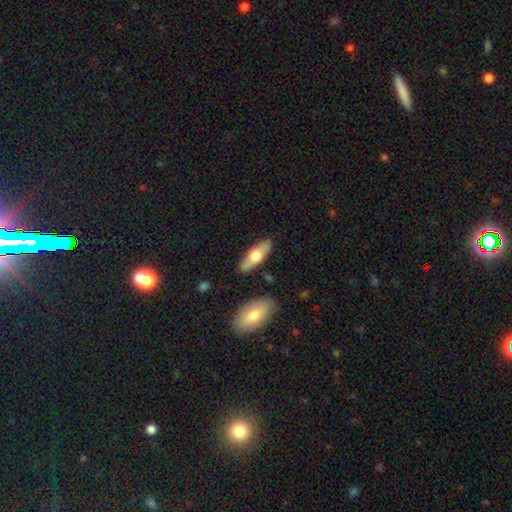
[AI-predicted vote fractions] Smooth or featured?
  - smooth: 61% *
  - featured or disk: 34%
  - star or artifact: 5%
How rounded?
  - in between: 64% *
  - cigar-shaped: 33%
  - round: 2%
Merging?
  - none: 84% *
  - minor disturbance: 11%
  - merger: 3%
  - major disturbance: 2%